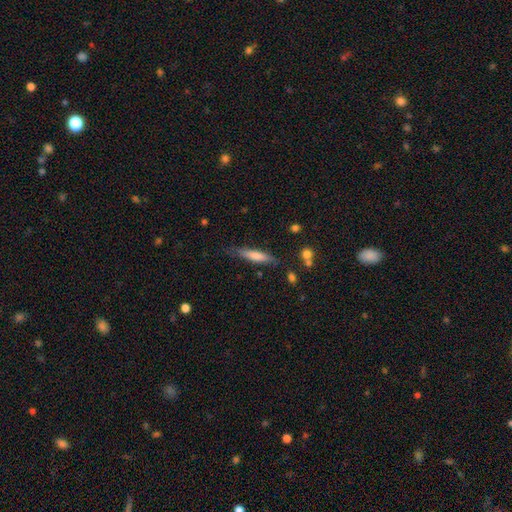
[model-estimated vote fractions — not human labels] Smooth or featured? Predicted: smooth (p=0.58). How rounded? Predicted: cigar-shaped (p=0.85). Merging? Predicted: none (p=0.75).